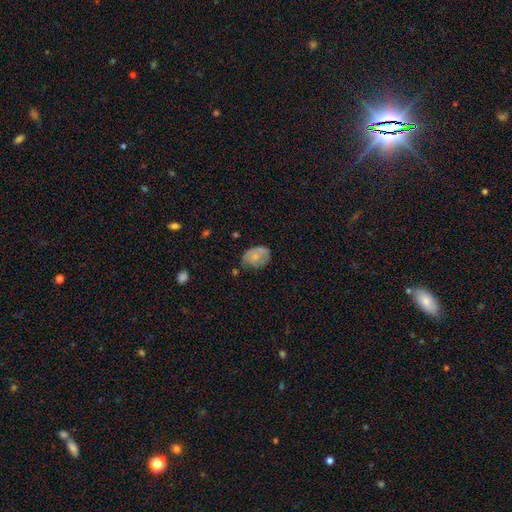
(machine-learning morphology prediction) This appears to be a smooth galaxy with no disk features (62%) that is in between round and cigar-shaped (74%). Merging: none (53%).